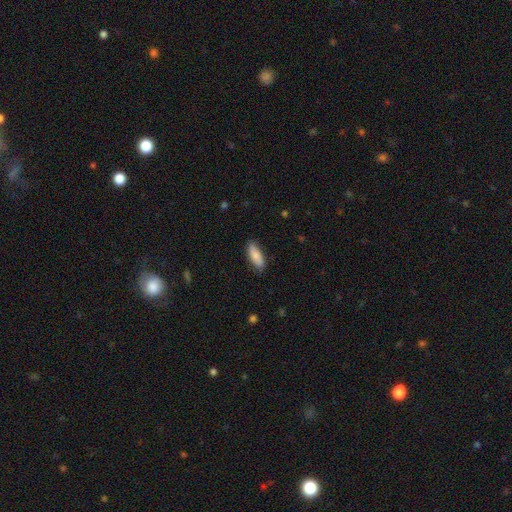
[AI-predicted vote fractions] A smooth galaxy with no disk features (85%) that is in between round and cigar-shaped (69%). Merging: none (83%).